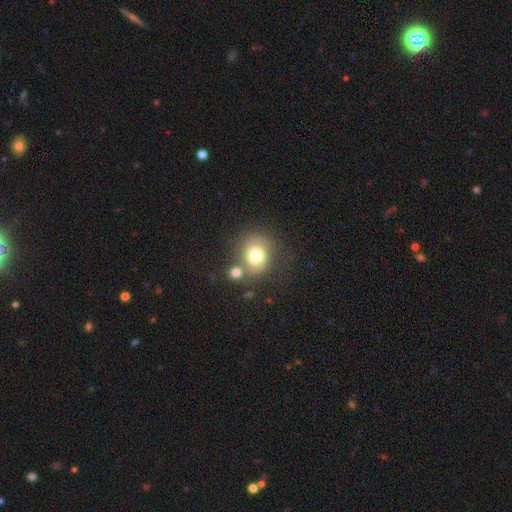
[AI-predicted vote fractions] Overall: smooth (59%; featured or disk 31%). How rounded: round (70%). Merging: none (50%; merger 23%).